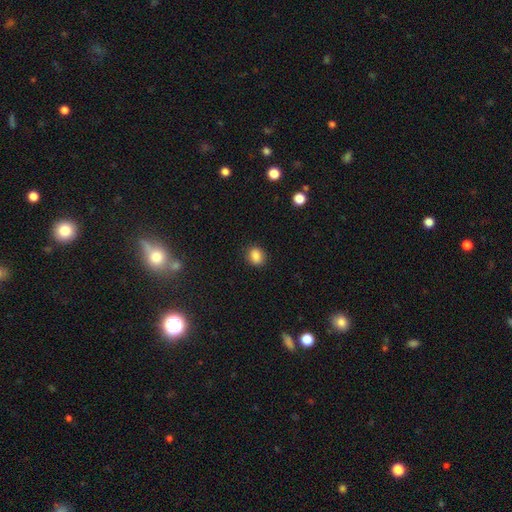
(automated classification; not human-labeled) Overall: smooth (86%). How rounded: round (50%; in between 49%). Merging: none (86%).